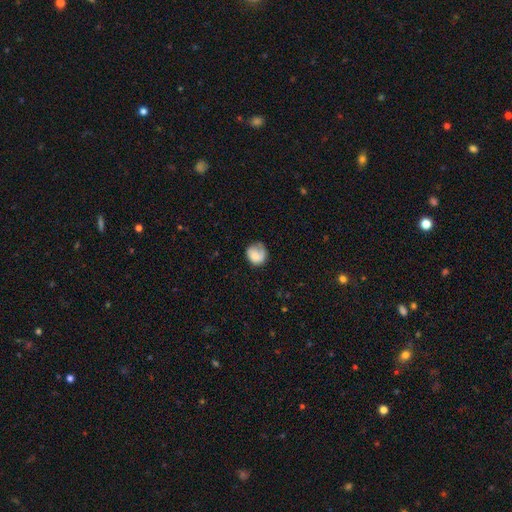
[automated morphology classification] type=smooth (74%); roundness=round (75%); merging=none (52%).